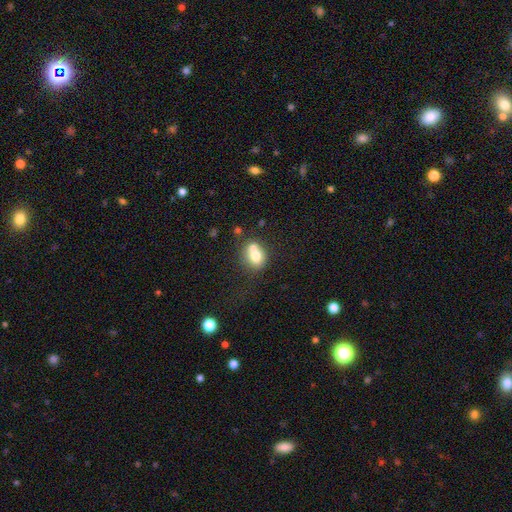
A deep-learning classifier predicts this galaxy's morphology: Q: Smooth or featured?
A: smooth (69%); runner-up: featured or disk (21%)
Q: How rounded?
A: round (53%); runner-up: in between (46%)
Q: Merging?
A: merger (46%); runner-up: none (37%)